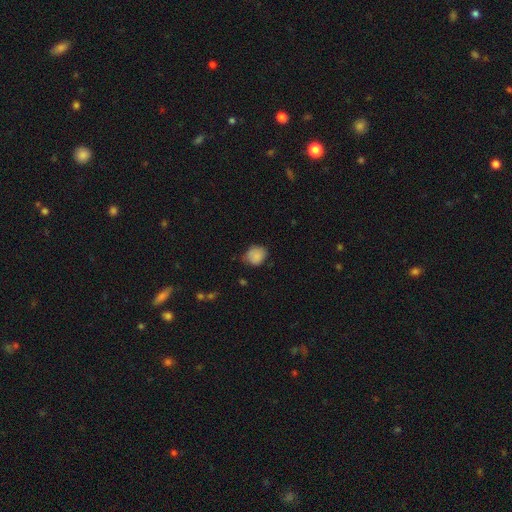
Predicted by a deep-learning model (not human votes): smooth_or_featured: smooth (p=0.84) [alt: star or artifact p=0.09]
how_rounded: round (p=0.70) [alt: in between p=0.29]
merging: none (p=0.64) [alt: minor disturbance p=0.29]